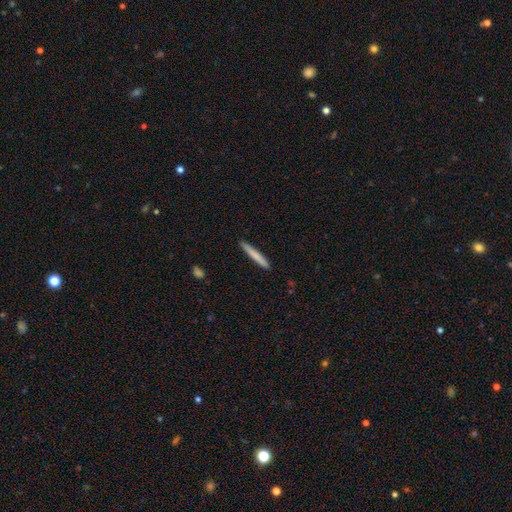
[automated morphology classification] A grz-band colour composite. It shows a smooth galaxy with no disk features (73%) that is cigar-shaped (96%). Merging: none (91%).